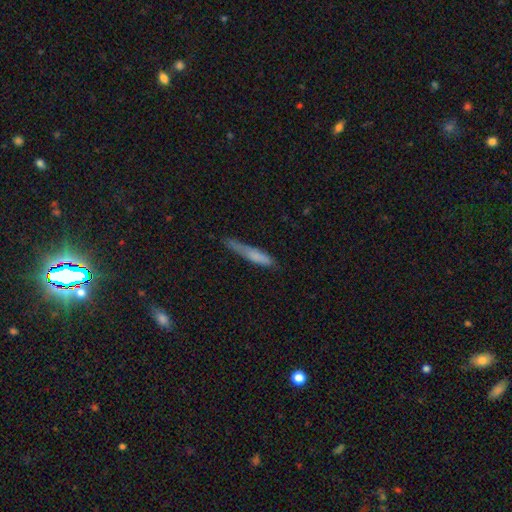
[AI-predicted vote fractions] smooth_or_featured: smooth (p=0.71) [alt: featured or disk p=0.21]
how_rounded: cigar-shaped (p=0.90) [alt: in between p=0.08]
merging: none (p=0.58) [alt: minor disturbance p=0.29]